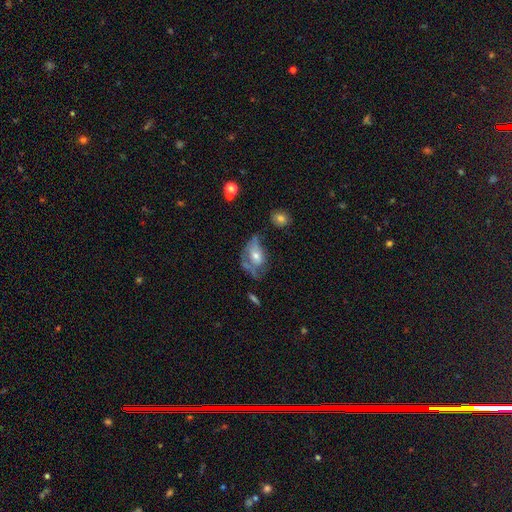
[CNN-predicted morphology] smooth 47%, featured or disk 44%, star or artifact 9%. Down the decision tree: merging — major disturbance (36%).